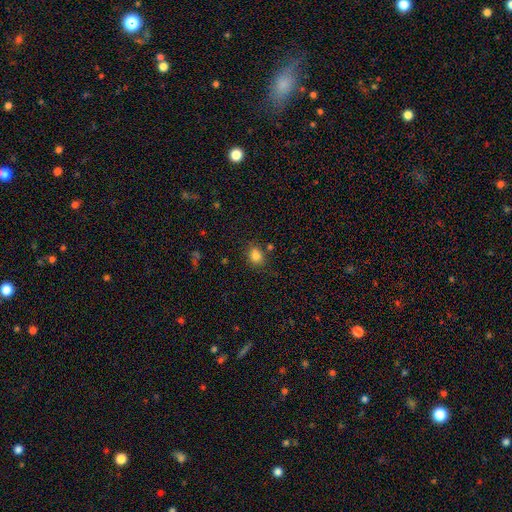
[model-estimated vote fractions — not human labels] This is clearly a smooth galaxy (83%). How rounded: possibly round (56%). Merging: likely none (75%).